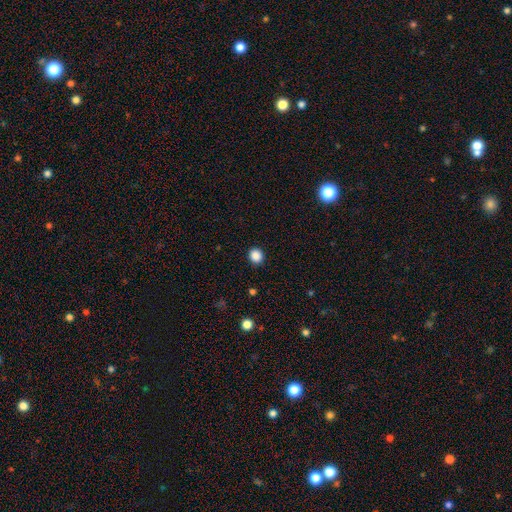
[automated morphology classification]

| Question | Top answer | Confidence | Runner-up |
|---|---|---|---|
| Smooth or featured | smooth | 87% | star or artifact (10%) |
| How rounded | round | 85% | in between (14%) |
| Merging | none | 91% | minor disturbance (6%) |